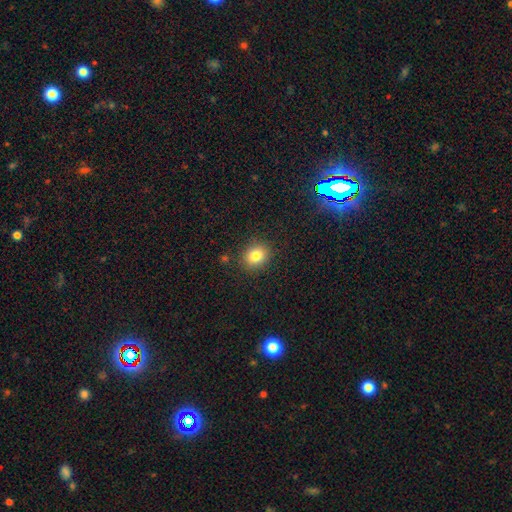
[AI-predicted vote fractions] This appears to be a smooth galaxy with no disk features (81%) that is round (64%). Merging: none (87%).